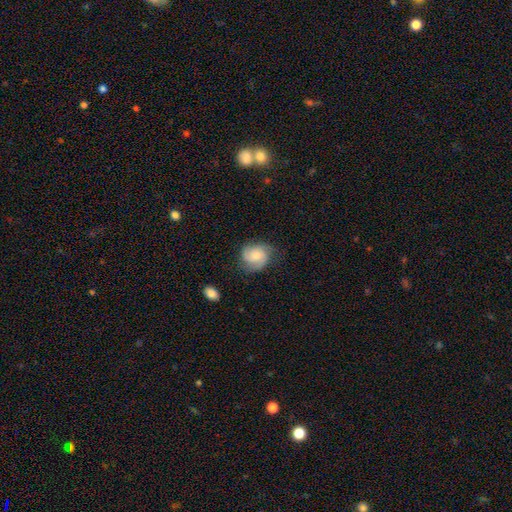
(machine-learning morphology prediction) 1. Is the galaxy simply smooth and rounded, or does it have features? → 65% featured or disk, 28% smooth, 7% star or artifact.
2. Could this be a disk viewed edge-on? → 98% no, 2% yes.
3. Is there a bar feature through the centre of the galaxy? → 71% no, 25% weak, 4% strong.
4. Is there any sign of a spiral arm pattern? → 95% yes, 5% no.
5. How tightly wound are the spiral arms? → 46% medium, 38% tight, 15% loose.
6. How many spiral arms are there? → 46% 3, 32% 2, 11% can't tell, 5% 4, 3% 1, 3% more than 4.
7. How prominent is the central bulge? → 47% moderate, 44% small, 4% large, 4% none, 1% dominant.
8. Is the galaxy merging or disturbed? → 70% none, 21% minor disturbance, 7% major disturbance, 2% merger.